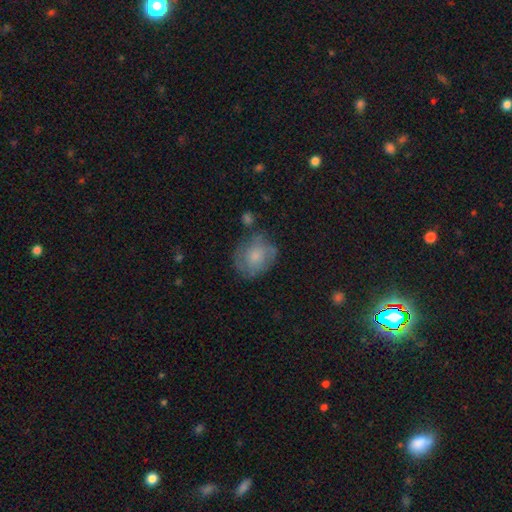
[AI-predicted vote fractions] A smooth galaxy with no disk features (65%) that is round (63%). Merging: none (59%).